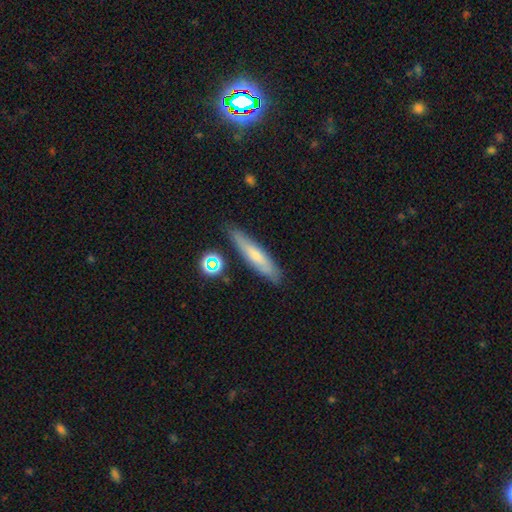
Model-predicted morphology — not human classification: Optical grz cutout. It shows a smooth galaxy with no disk features (59%) that is cigar-shaped (82%). Merging: none (78%).